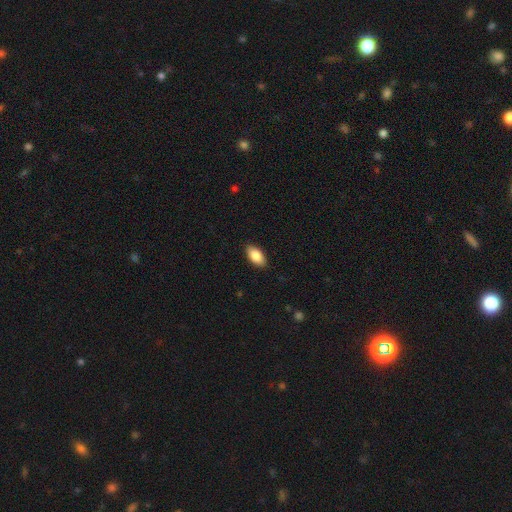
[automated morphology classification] Smooth or featured: smooth — 87% (featured or disk — 7%)
How rounded: in between — 93% (cigar-shaped — 4%)
Merging: none — 88% (minor disturbance — 9%)